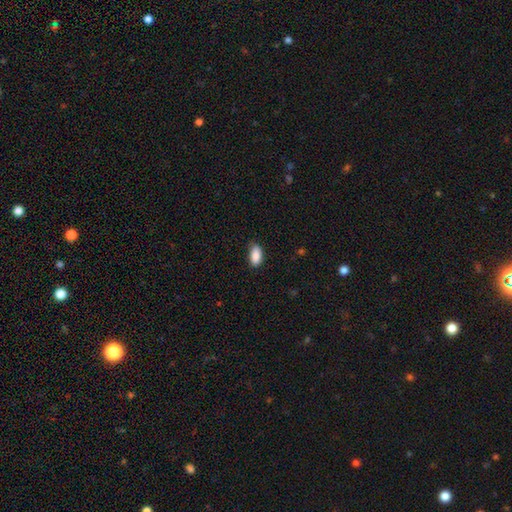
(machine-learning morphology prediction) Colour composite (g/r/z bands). It shows a smooth galaxy with no disk features (89%) that is in between round and cigar-shaped (91%). Merging: none (76%).